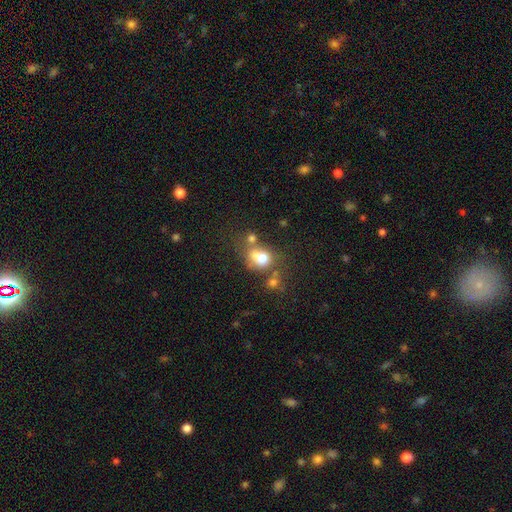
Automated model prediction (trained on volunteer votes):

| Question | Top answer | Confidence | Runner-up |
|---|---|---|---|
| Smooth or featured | smooth | 66% | featured or disk (19%) |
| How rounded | round | 64% | in between (35%) |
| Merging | merger | 47% | none (34%) |